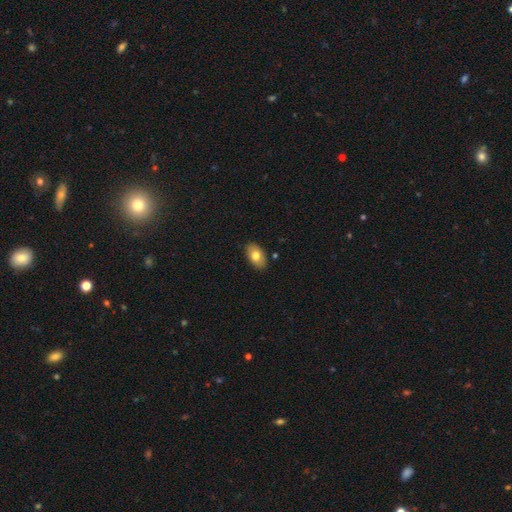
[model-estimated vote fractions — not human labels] The model was most divided on "smooth or featured": smooth: 78%, featured or disk: 15%, star or artifact: 7%. More confident: how rounded — in between (91%); merging — none (86%).